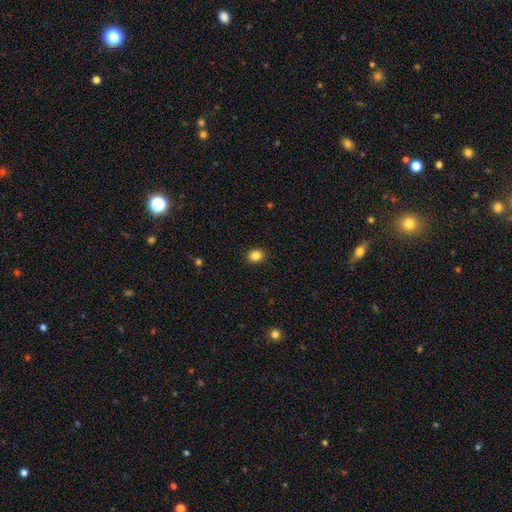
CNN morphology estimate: A smooth galaxy with no disk features (85%) that is round (57%). Merging: none (91%).